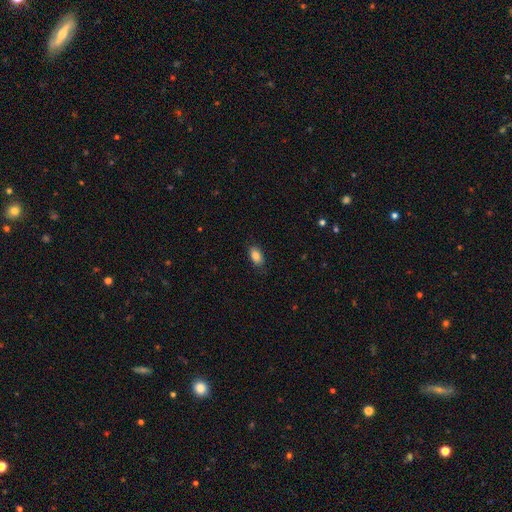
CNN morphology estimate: smooth 86%, star or artifact 8%, featured or disk 6%. Down the decision tree: how rounded — in between (91%); merging — none (84%).